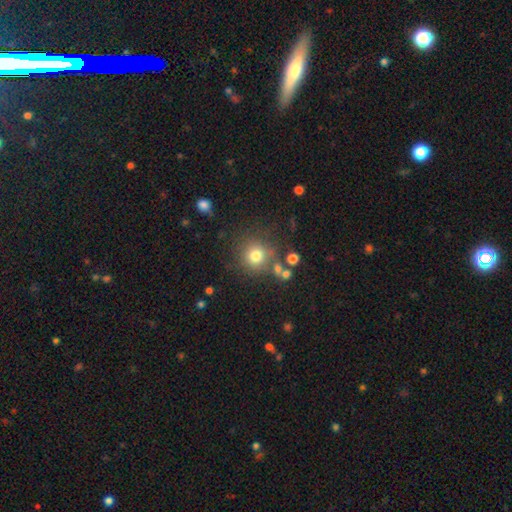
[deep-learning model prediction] Smooth or featured? Predicted: smooth (p=0.77). How rounded? Predicted: round (p=0.92). Merging? Predicted: none (p=0.75).